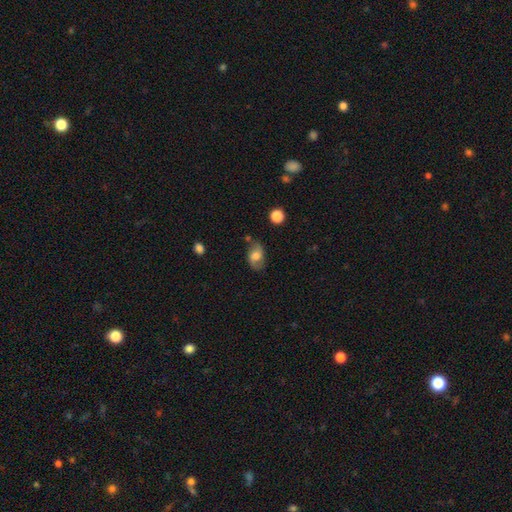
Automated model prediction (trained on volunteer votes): This is possibly a smooth galaxy (51%). How rounded: clearly in between (81%). Merging: likely none (66%).